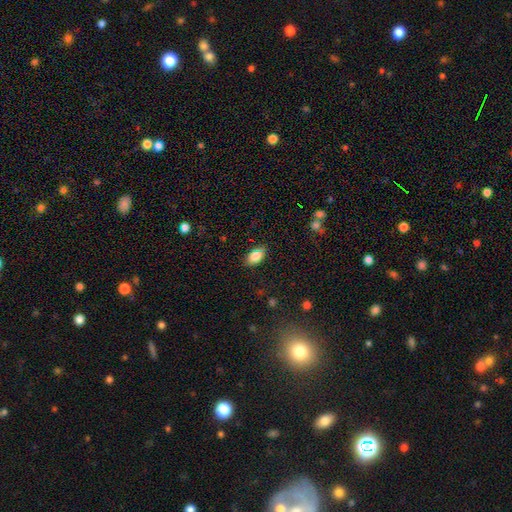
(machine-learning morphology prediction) A smooth galaxy with no disk features (84%) that is in between round and cigar-shaped (90%). Merging: none (83%).